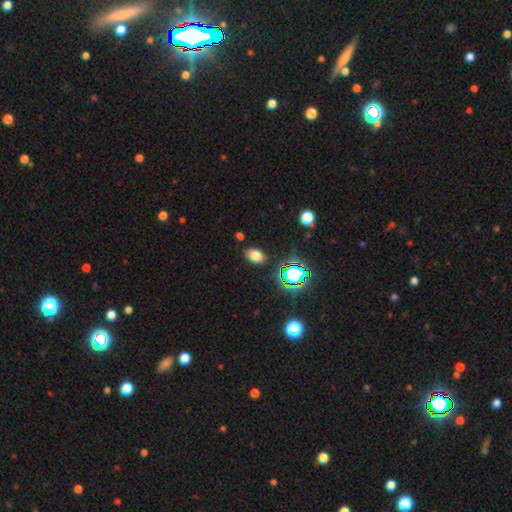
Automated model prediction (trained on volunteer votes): Smooth or featured? smooth (73%)
How rounded? in between (76%)
Merging? none (85%)